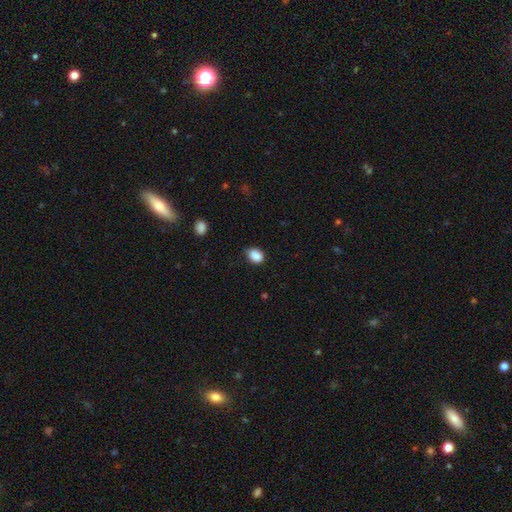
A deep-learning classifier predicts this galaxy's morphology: This is clearly a smooth galaxy (87%). How rounded: likely in between (68%). Merging: likely none (65%).